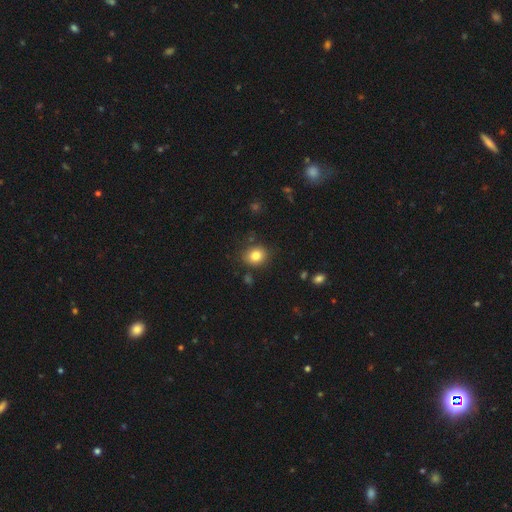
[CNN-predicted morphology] The model was most divided on "how rounded": round: 60%, in between: 39%, cigar-shaped: 1%. More confident: merging — none (84%); smooth or featured — smooth (82%).